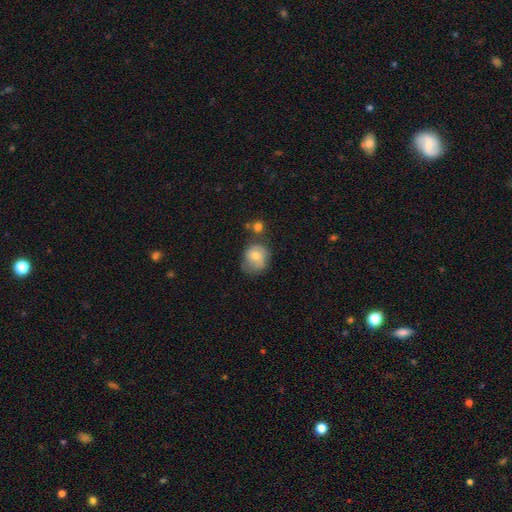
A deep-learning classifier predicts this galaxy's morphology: This is likely a smooth galaxy (66%). How rounded: likely round (72%). Merging: possibly none (49%).